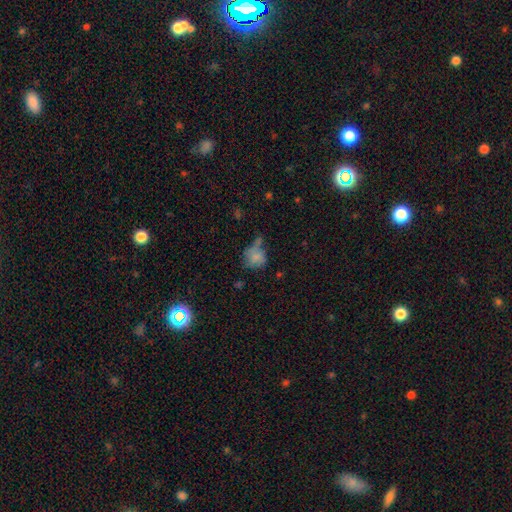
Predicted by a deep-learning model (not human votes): This appears to be a smooth galaxy with no disk features (72%) that is round (63%). Merging: none (35%).